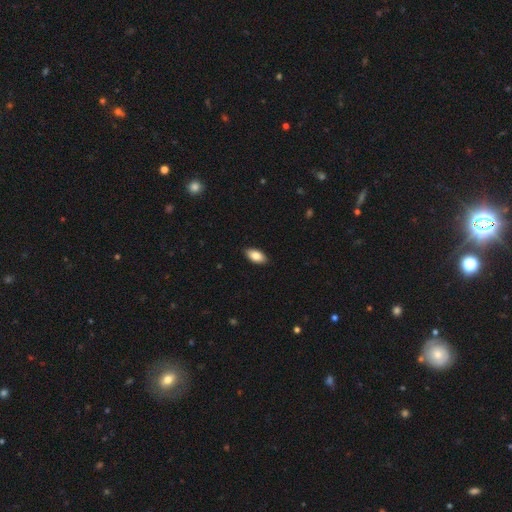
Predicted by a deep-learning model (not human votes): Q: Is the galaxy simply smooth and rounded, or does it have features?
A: smooth — 85%.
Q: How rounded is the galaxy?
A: in between — 93%.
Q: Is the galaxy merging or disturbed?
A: none — 89%.